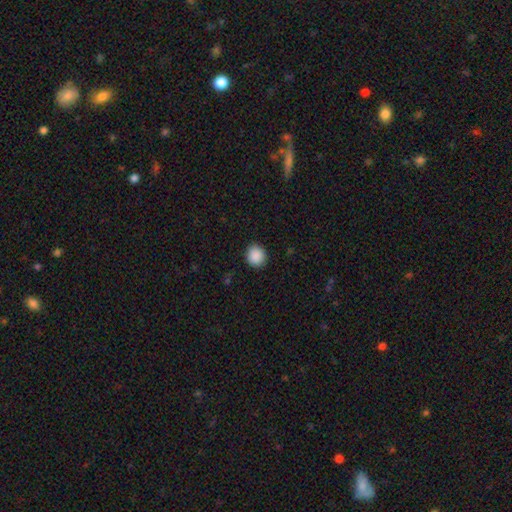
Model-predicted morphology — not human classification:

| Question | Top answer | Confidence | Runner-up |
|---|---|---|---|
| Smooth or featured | smooth | 90% | star or artifact (8%) |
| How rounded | round | 84% | in between (15%) |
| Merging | none | 90% | minor disturbance (7%) |